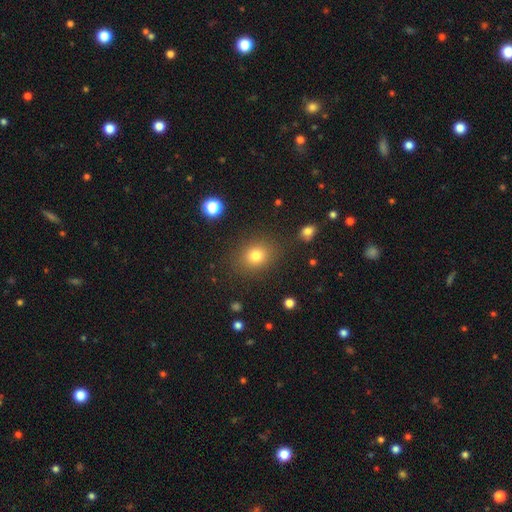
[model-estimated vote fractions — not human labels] This appears to be a smooth galaxy with no disk features (79%) that is round (60%). Merging: none (84%).